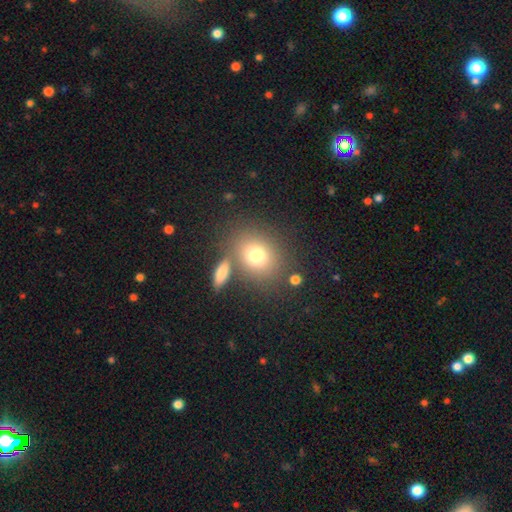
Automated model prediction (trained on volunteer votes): A smooth galaxy with no disk features (75%) that is round (60%).

Vote fractions:
- Smooth or featured? smooth: 75% / featured or disk: 13% / star or artifact: 12%
- How rounded? round: 60% / in between: 39% / cigar-shaped: 1%
- Merging? none: 68% / merger: 16% / minor disturbance: 11% / major disturbance: 5%